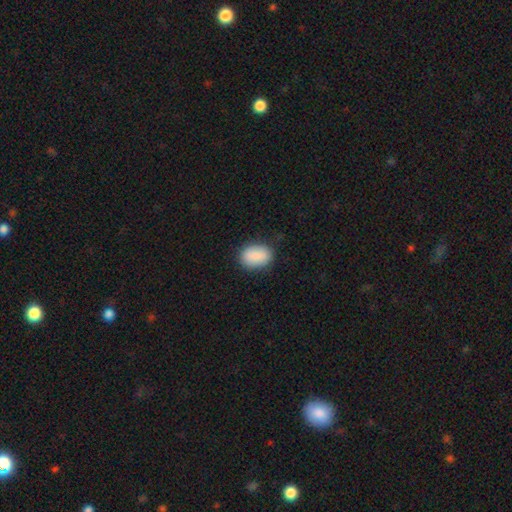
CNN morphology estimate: Smooth or featured: smooth — 88% (star or artifact — 7%)
How rounded: in between — 78% (round — 21%)
Merging: none — 84% (minor disturbance — 12%)